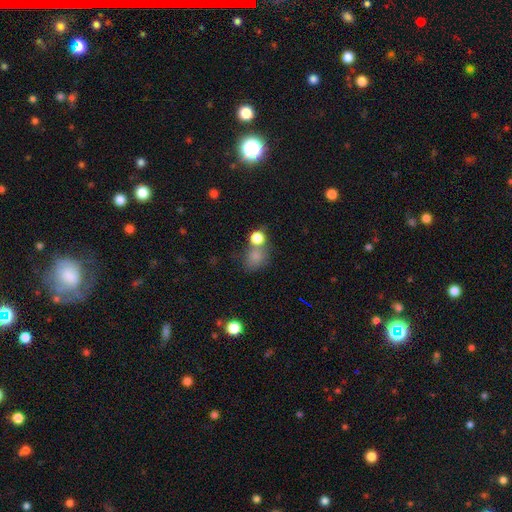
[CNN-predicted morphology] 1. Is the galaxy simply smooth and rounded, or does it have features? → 78% smooth, 14% star or artifact, 8% featured or disk.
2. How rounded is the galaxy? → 61% round, 38% in between, 1% cigar-shaped.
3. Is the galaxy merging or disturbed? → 44% none, 35% merger, 13% minor disturbance, 8% major disturbance.